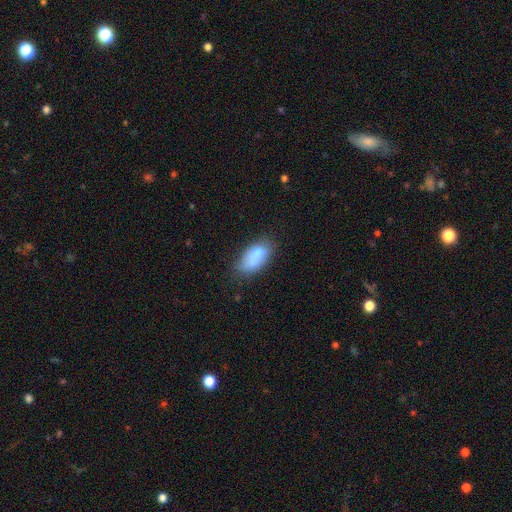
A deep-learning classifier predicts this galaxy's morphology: This appears to be a smooth galaxy with no disk features (72%) that is in between round and cigar-shaped (90%). Merging: none (41%).